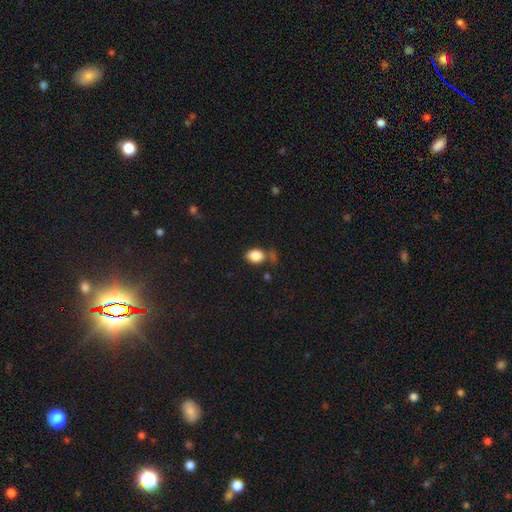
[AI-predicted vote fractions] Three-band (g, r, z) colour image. It shows a smooth galaxy with no disk features (85%) that is in between round and cigar-shaped (73%). Merging: none (56%).